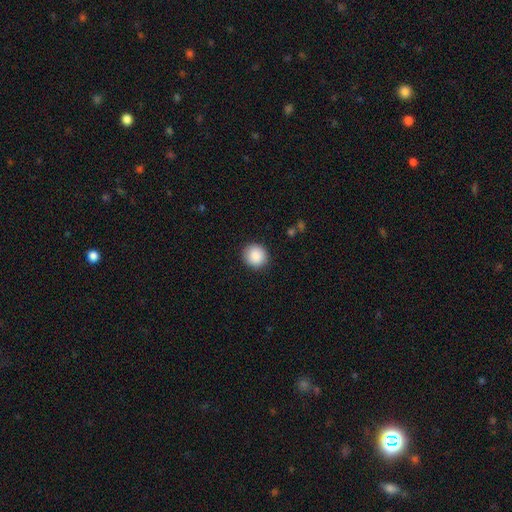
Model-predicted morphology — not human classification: smooth_or_featured: smooth (p=0.89) [alt: star or artifact p=0.08]
how_rounded: round (p=0.91) [alt: in between p=0.08]
merging: none (p=0.90) [alt: minor disturbance p=0.07]